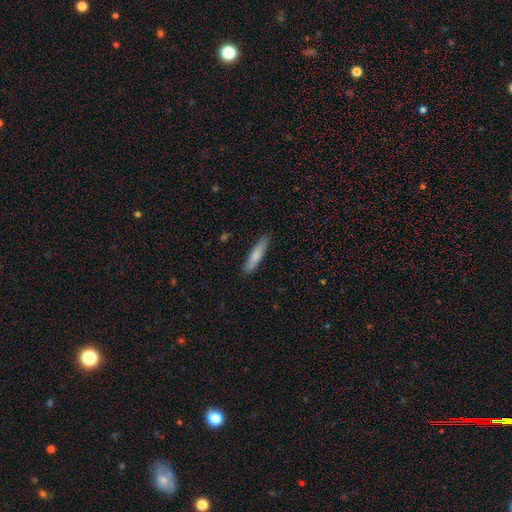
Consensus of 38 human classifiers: smooth 89%, featured or disk 5%, star or artifact 5%. Down the decision tree: how rounded — cigar-shaped (88%); merging — none (97%).